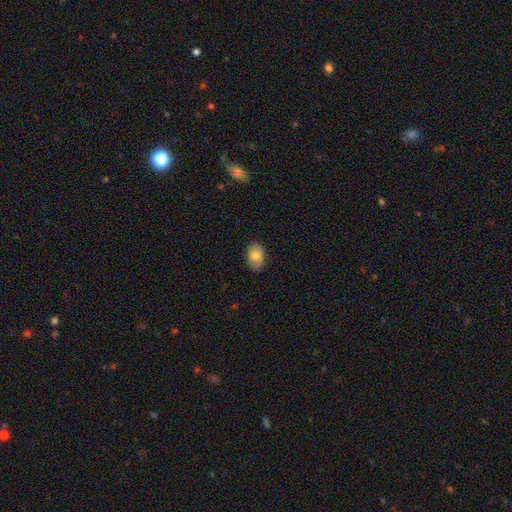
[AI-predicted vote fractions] Smooth or featured: smooth — 77% (featured or disk — 16%)
How rounded: in between — 86% (round — 13%)
Merging: none — 85% (minor disturbance — 12%)